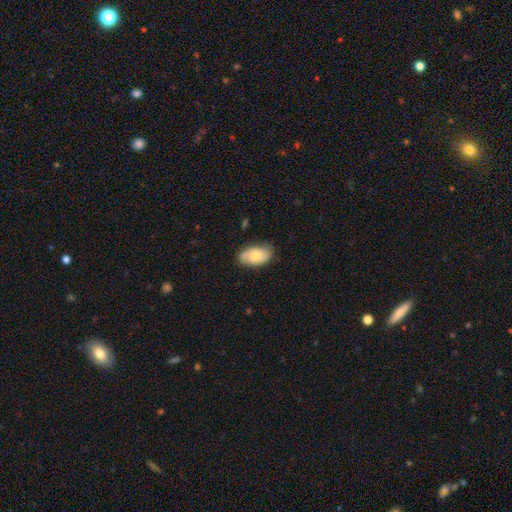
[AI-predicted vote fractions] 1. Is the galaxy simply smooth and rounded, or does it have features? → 57% smooth, 36% featured or disk, 7% star or artifact.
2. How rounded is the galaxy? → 92% in between, 7% round, 2% cigar-shaped.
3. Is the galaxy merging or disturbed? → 75% none, 20% minor disturbance, 4% major disturbance, 1% merger.